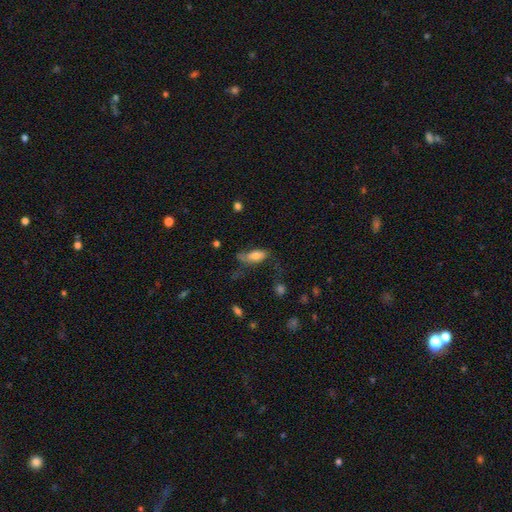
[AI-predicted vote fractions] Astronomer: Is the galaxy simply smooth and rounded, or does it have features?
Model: smooth — 69%.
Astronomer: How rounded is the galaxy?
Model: in between — 79%.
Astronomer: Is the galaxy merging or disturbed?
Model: none — 35% (runner-up: major disturbance, 31%).